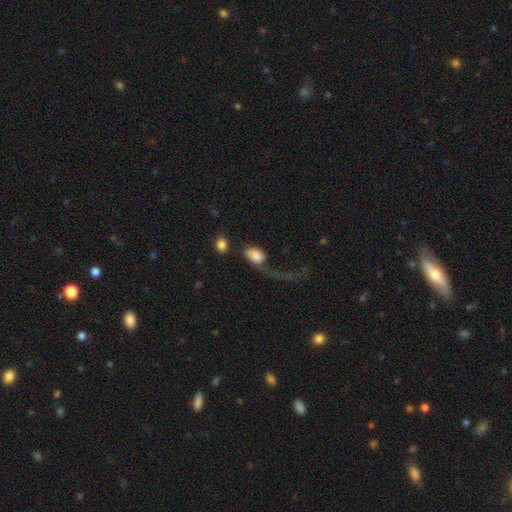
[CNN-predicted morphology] Smooth or featured: smooth — 76% (featured or disk — 16%)
How rounded: in between — 80% (round — 17%)
Merging: major disturbance — 51% (none — 22%)